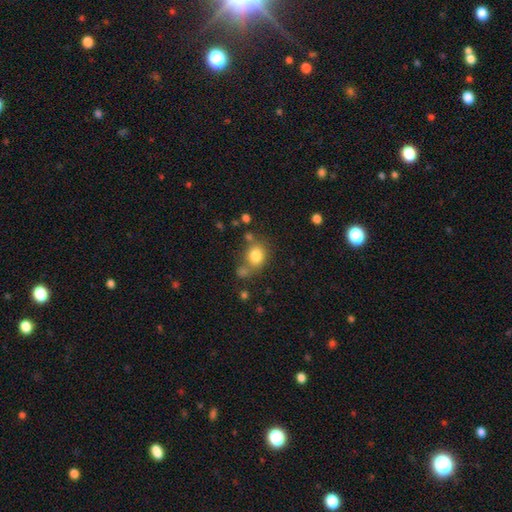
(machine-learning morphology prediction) This appears to be a smooth galaxy with no disk features (81%) that is round (66%). Merging: none (59%).